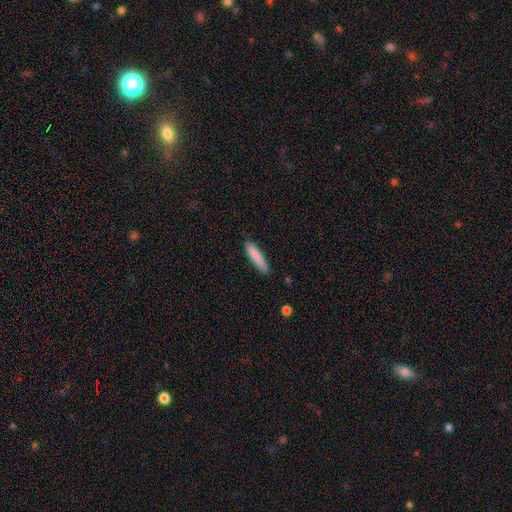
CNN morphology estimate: Q: Smooth or featured?
A: smooth (84%); runner-up: featured or disk (9%)
Q: How rounded?
A: cigar-shaped (82%); runner-up: in between (17%)
Q: Merging?
A: none (83%); runner-up: minor disturbance (13%)